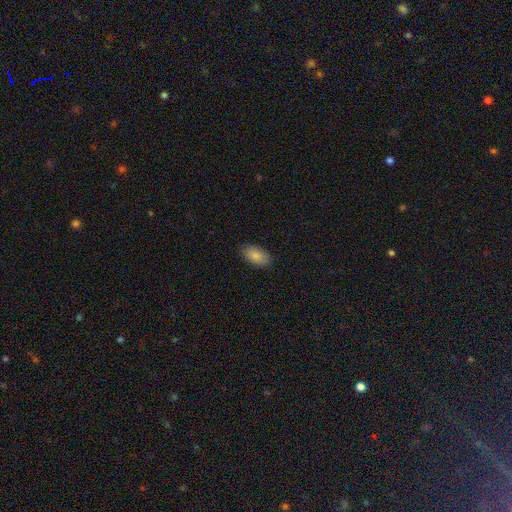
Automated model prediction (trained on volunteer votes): Morphology: type=smooth (85%); roundness=in between (94%); merging=none (87%).